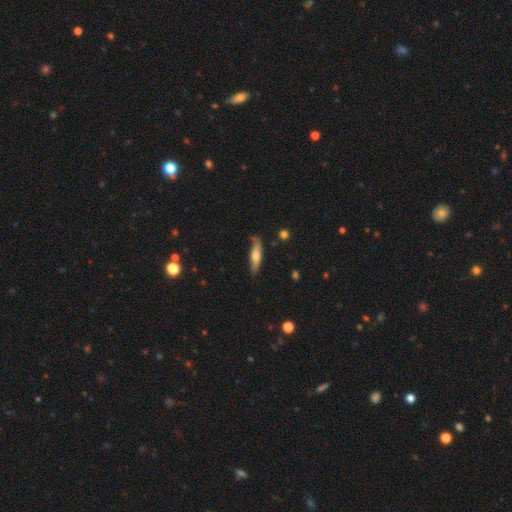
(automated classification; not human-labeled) A smooth galaxy with no disk features (53%) that is cigar-shaped (75%).

Vote fractions:
- Smooth or featured? smooth: 53% / featured or disk: 41% / star or artifact: 6%
- How rounded? cigar-shaped: 75% / in between: 23% / round: 2%
- Merging? none: 74% / minor disturbance: 20% / major disturbance: 4% / merger: 3%